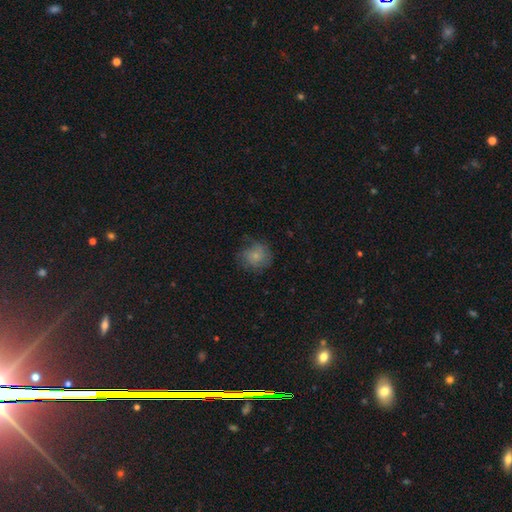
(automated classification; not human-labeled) A smooth galaxy with no disk features (70%) that is round (85%). Merging: none (62%).